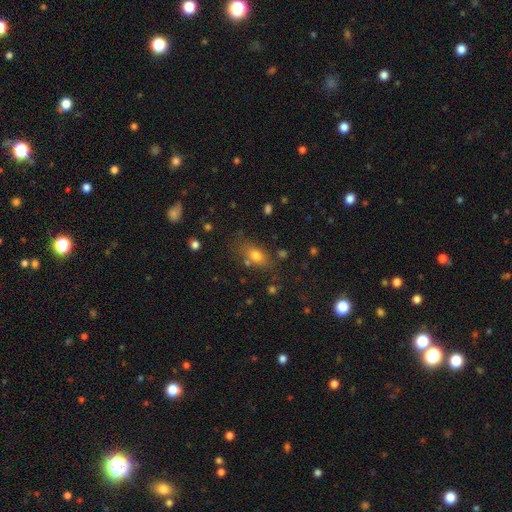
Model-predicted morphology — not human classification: A smooth galaxy with no disk features (74%) that is in between round and cigar-shaped (76%).

Vote fractions:
- Smooth or featured? smooth: 74% / featured or disk: 13% / star or artifact: 13%
- How rounded? in between: 76% / round: 15% / cigar-shaped: 9%
- Merging? none: 67% / minor disturbance: 17% / merger: 8% / major disturbance: 7%